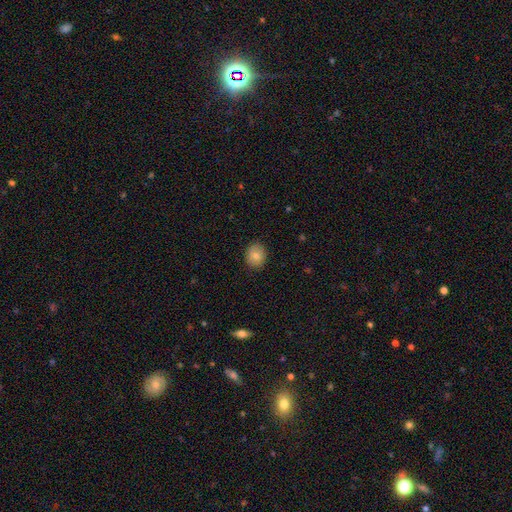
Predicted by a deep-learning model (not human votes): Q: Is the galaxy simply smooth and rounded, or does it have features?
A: smooth — 78%.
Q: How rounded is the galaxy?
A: round — 60%.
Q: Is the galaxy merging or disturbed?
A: none — 86%.